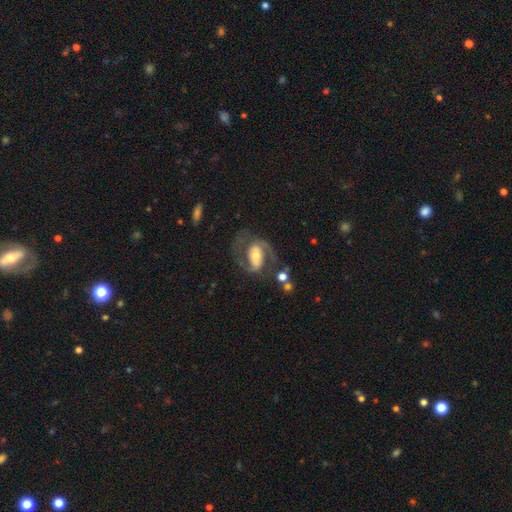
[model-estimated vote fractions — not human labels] Morphology: type=featured or disk (83%); edge-on=no (97%); bar=strong (37%); spiral arms=yes (93%); winding=medium (57%); arm count=2 (90%); bulge=moderate (56%); merging=none (65%).